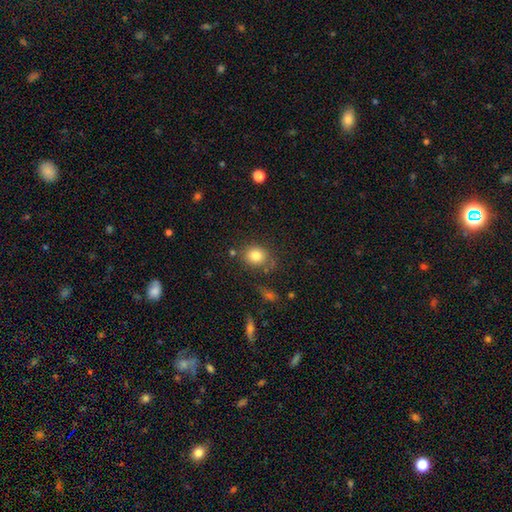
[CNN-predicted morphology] This appears to be a smooth galaxy with no disk features (81%) that is round (67%). Merging: none (75%).